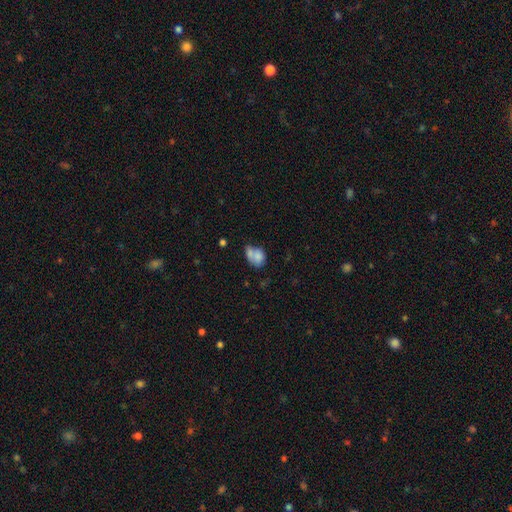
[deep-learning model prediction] Morphology: type=smooth (74%); roundness=in between (57%); merging=merger (49%).